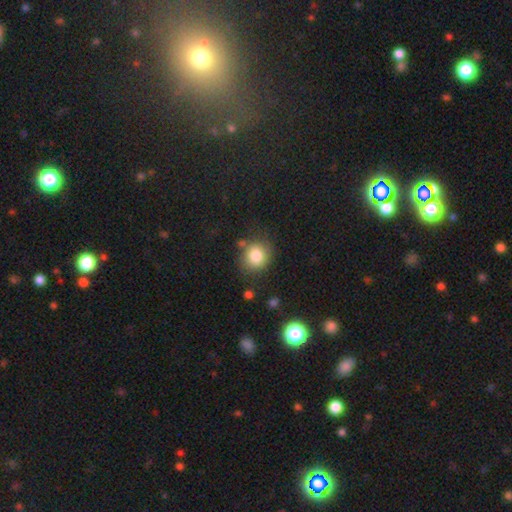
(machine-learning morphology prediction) This appears to be a smooth galaxy with no disk features (82%) that is round (80%). Merging: none (73%).